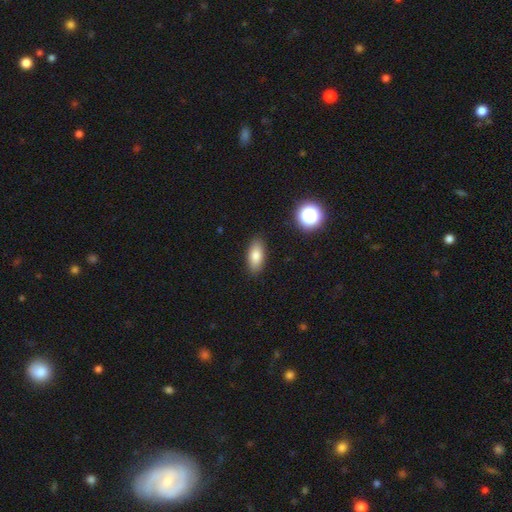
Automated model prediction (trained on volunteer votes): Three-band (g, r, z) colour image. It shows a smooth galaxy with no disk features (80%) that is in between round and cigar-shaped (84%). Merging: none (88%).